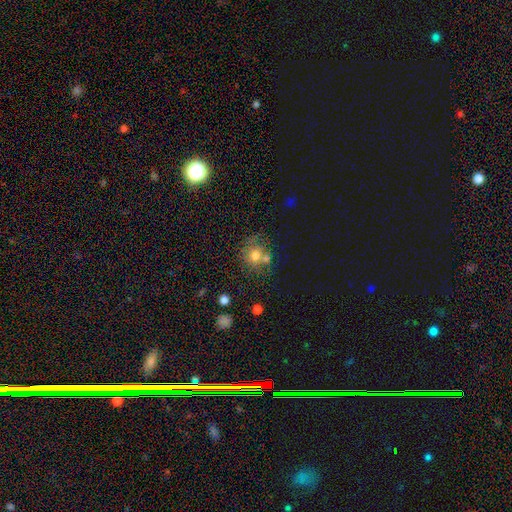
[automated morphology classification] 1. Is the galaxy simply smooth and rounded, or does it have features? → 69% smooth, 18% featured or disk, 13% star or artifact.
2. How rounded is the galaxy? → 80% round, 19% in between, 1% cigar-shaped.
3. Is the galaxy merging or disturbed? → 51% none, 26% merger, 16% minor disturbance, 7% major disturbance.